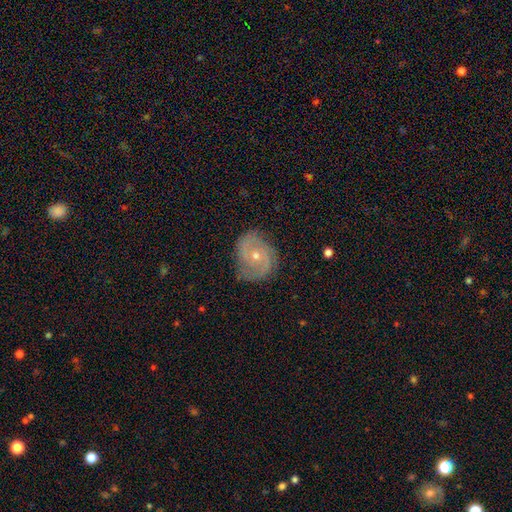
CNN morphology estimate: Q: Smooth or featured?
A: featured or disk (81%); runner-up: smooth (12%)
Q: Edge-on disk?
A: no (97%); runner-up: yes (3%)
Q: Bar?
A: no (72%); runner-up: weak (23%)
Q: Spiral arms?
A: yes (94%); runner-up: no (6%)
Q: Spiral winding?
A: tight (46%); runner-up: medium (42%)
Q: Spiral arm count?
A: 2 (70%); runner-up: can't tell (12%)
Q: Bulge size?
A: small (53%); runner-up: moderate (45%)
Q: Merging?
A: none (74%); runner-up: minor disturbance (19%)